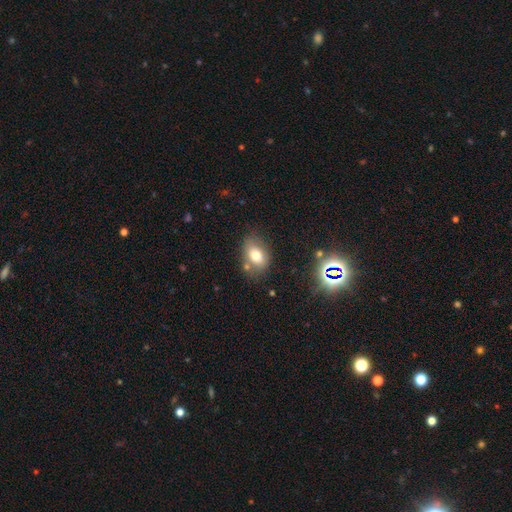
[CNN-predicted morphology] The model was most divided on "how rounded": in between: 75%, round: 24%, cigar-shaped: 1%. More confident: smooth or featured — smooth (74%); merging — none (68%).